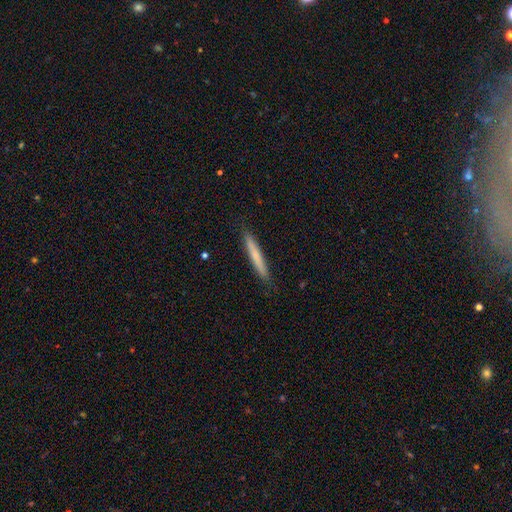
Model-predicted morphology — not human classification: smooth-or-featured: smooth: 67% | featured or disk: 28% | star or artifact: 6%
  how-rounded: cigar-shaped: 96% | in between: 3% | round: 1%
  merging: none: 89% | minor disturbance: 8% | major disturbance: 1% | merger: 1%